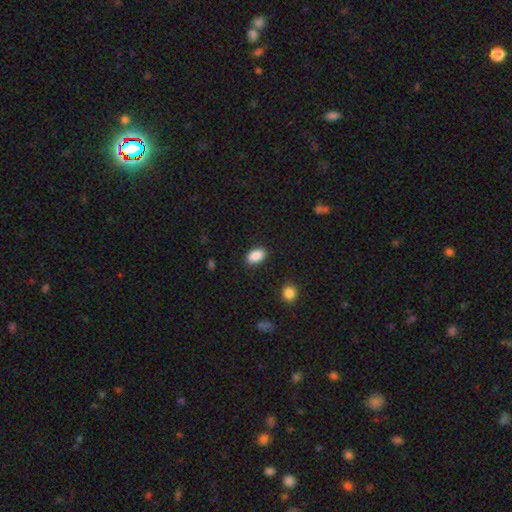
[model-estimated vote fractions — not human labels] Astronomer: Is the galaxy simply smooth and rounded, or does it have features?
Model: smooth — 89%.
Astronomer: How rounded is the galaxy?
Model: in between — 91%.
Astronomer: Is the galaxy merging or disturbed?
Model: none — 88%.